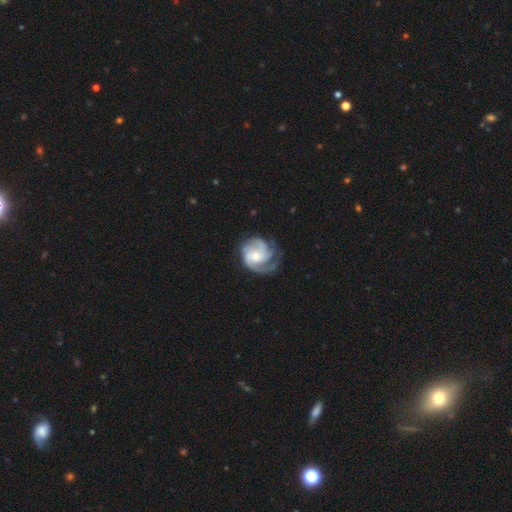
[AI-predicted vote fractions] featured or disk 87%, smooth 8%, star or artifact 4%. Down the decision tree: edge-on disk — no (98%); bar — no (65%); spiral arms — yes (97%); spiral arm count — 3 (47%); spiral winding — tight (49%); bulge size — moderate (53%); merging — none (64%).